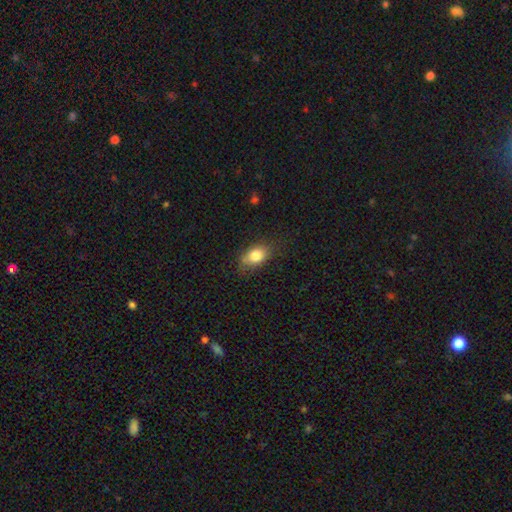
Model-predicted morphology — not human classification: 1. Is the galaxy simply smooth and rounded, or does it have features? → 80% smooth, 11% featured or disk, 9% star or artifact.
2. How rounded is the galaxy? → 80% in between, 16% round, 3% cigar-shaped.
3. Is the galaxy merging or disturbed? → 70% none, 23% minor disturbance, 6% major disturbance, 2% merger.